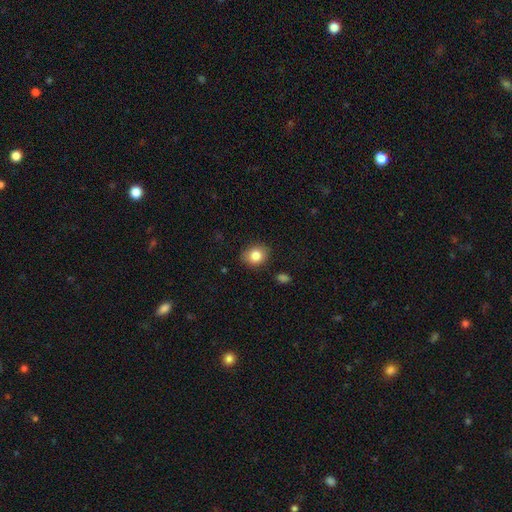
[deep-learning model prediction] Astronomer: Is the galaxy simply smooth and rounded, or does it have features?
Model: smooth — 82%.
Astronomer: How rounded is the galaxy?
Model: round — 55% (runner-up: in between, 44%).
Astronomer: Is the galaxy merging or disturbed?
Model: none — 84%.